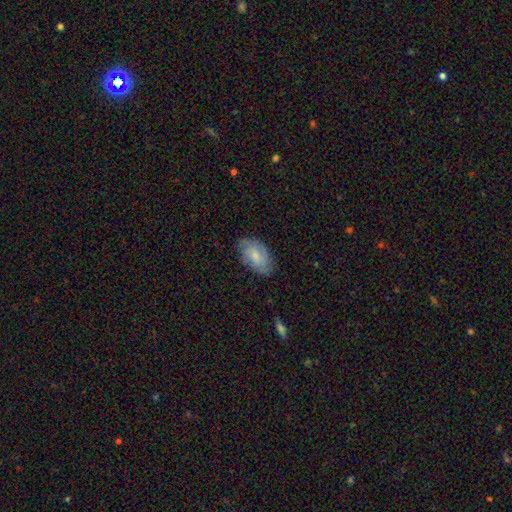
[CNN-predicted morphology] This appears to be a smooth galaxy with no disk features (73%) that is in between round and cigar-shaped (94%). Merging: none (80%).